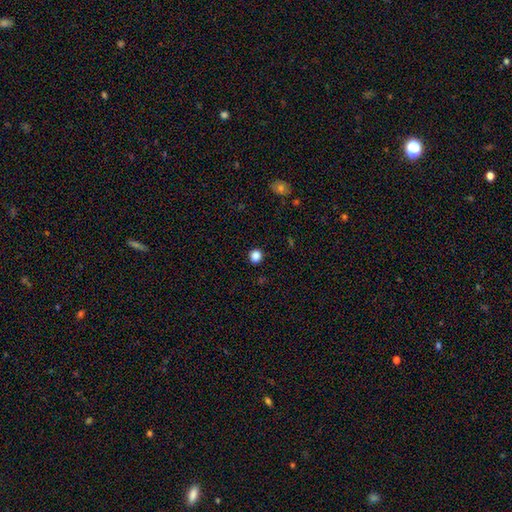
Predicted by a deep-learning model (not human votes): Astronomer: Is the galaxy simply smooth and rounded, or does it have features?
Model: smooth — 86%.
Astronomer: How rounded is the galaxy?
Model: round — 84%.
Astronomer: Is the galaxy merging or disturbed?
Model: none — 91%.